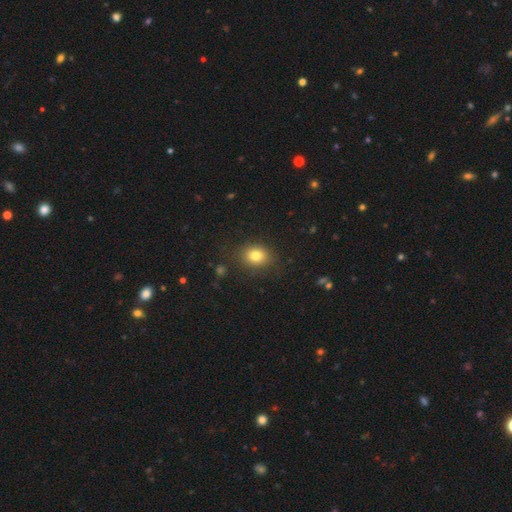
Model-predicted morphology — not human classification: A smooth galaxy with no disk features (80%) that is round (55%).

Vote fractions:
- Smooth or featured? smooth: 80% / star or artifact: 12% / featured or disk: 8%
- How rounded? round: 55% / in between: 44% / cigar-shaped: 1%
- Merging? none: 84% / minor disturbance: 11% / major disturbance: 4% / merger: 1%